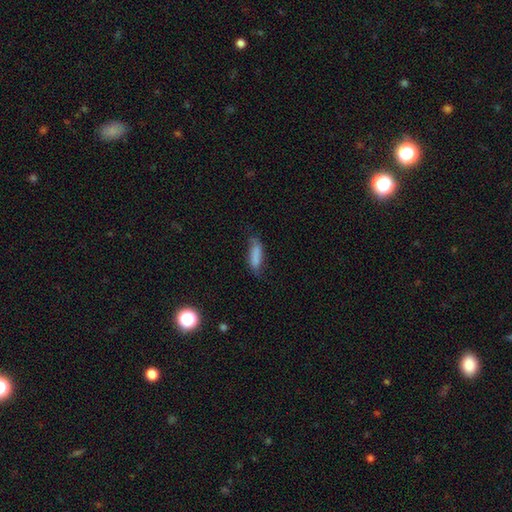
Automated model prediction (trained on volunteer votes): smooth-or-featured: smooth: 79% | featured or disk: 14% | star or artifact: 8%
  how-rounded: in between: 52% | cigar-shaped: 46% | round: 2%
  merging: none: 57% | minor disturbance: 30% | major disturbance: 11% | merger: 2%